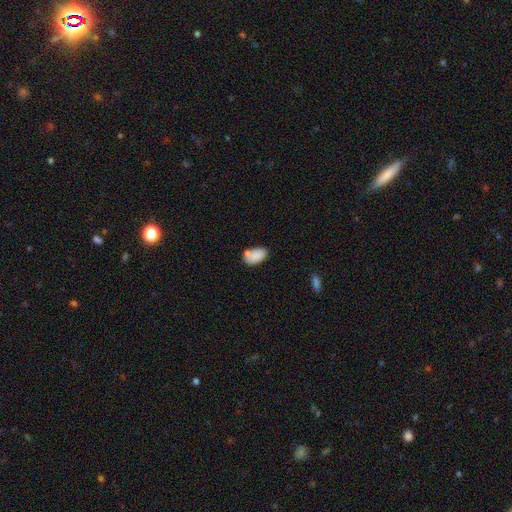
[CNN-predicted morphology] Smooth or featured? Predicted: smooth (p=0.85). How rounded? Predicted: in between (p=0.92). Merging? Predicted: none (p=0.61).